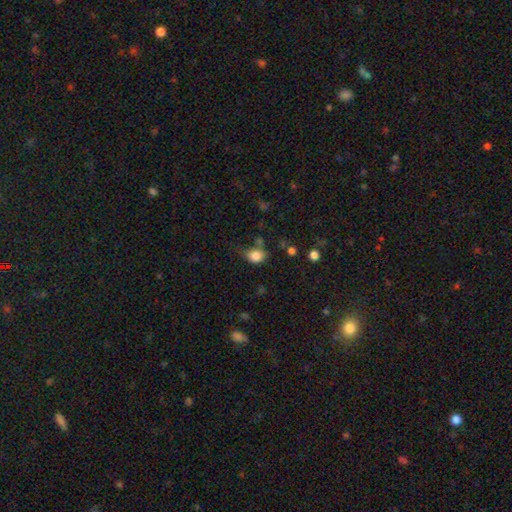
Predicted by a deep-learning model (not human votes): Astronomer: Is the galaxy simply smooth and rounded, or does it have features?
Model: smooth — 83%.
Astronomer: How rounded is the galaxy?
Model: round — 52% (runner-up: in between, 47%).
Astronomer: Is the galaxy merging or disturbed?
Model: none — 53% (runner-up: minor disturbance, 30%).